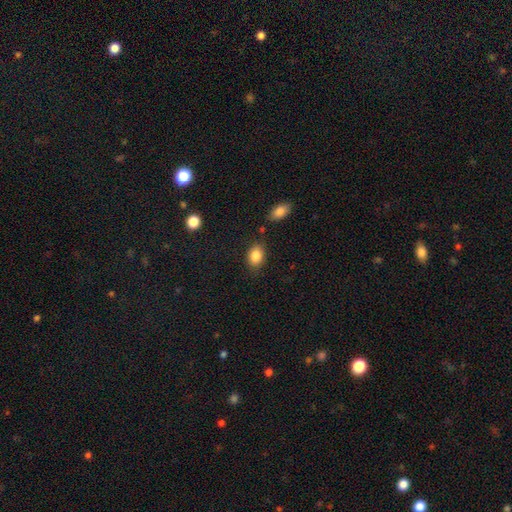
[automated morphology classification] Overall: smooth (86%). How rounded: in between (77%). Merging: none (77%).